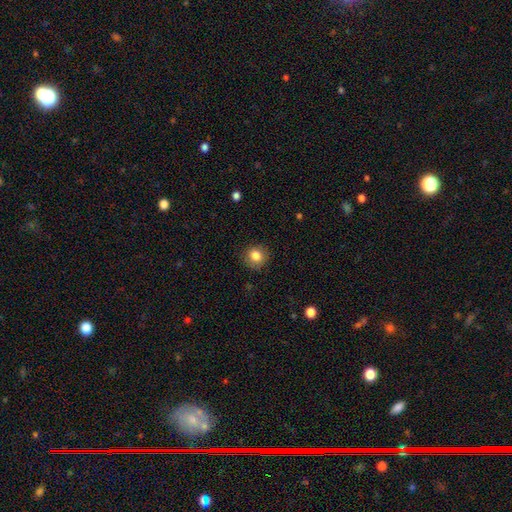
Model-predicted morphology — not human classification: Smooth or featured? Predicted: smooth (p=0.84). How rounded? Predicted: round (p=0.86). Merging? Predicted: none (p=0.87).